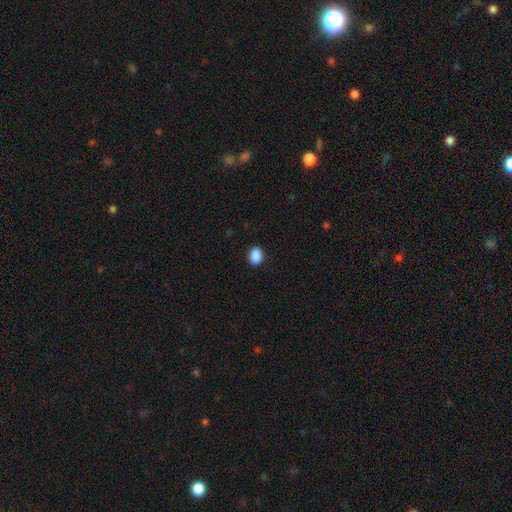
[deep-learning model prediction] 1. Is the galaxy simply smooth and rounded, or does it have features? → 89% smooth, 8% star or artifact, 2% featured or disk.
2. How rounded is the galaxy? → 65% in between, 33% round, 1% cigar-shaped.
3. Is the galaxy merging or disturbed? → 90% none, 7% minor disturbance, 2% major disturbance, 1% merger.